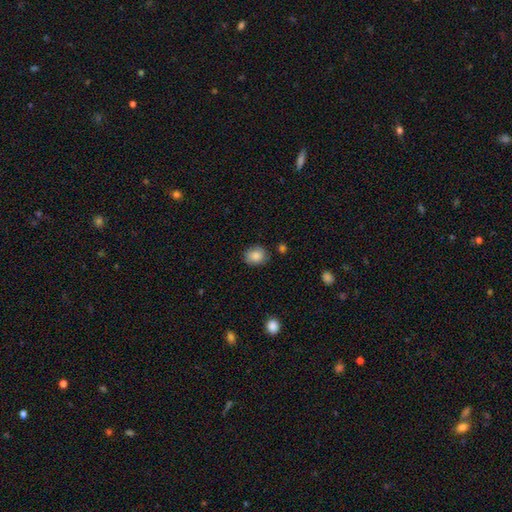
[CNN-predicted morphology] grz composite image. It shows a smooth galaxy with no disk features (86%) that is round (55%). Merging: none (78%).